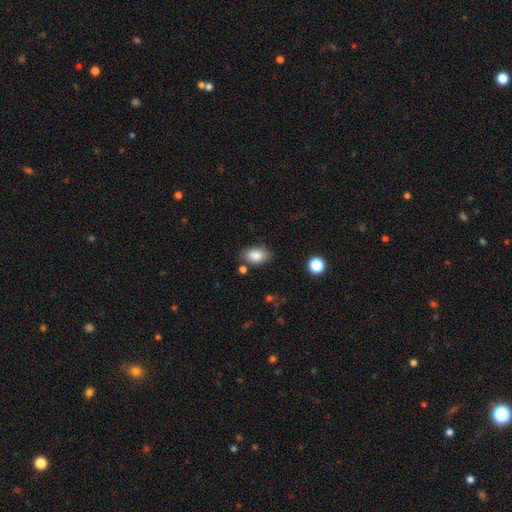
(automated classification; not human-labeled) Smooth or featured: smooth — 86% (star or artifact — 8%)
How rounded: in between — 85% (round — 14%)
Merging: none — 77% (minor disturbance — 15%)